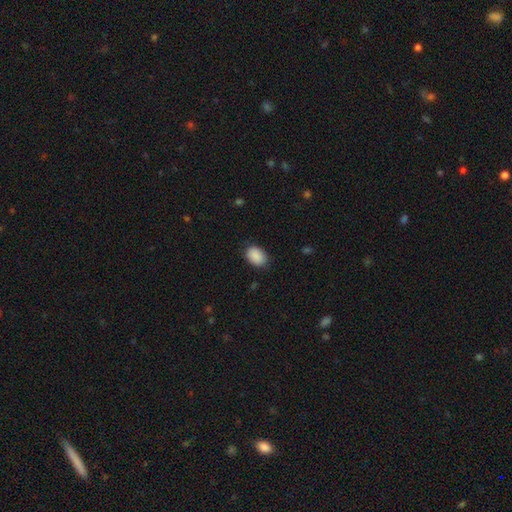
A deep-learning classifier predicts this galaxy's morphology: smooth-or-featured: smooth: 90% | star or artifact: 7% | featured or disk: 3%
  how-rounded: in between: 83% | round: 16% | cigar-shaped: 1%
  merging: none: 84% | minor disturbance: 12% | major disturbance: 3% | merger: 1%